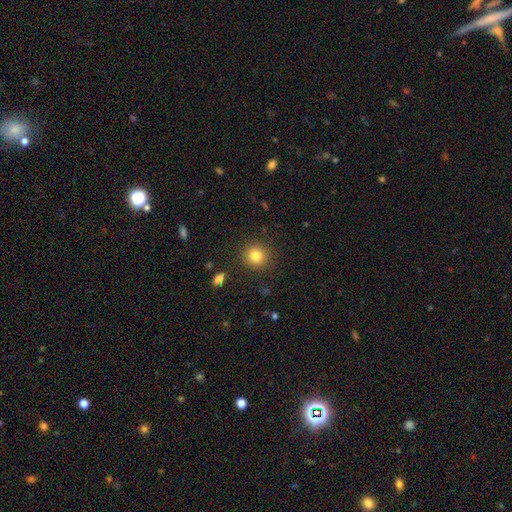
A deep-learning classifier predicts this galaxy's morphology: Smooth or featured: smooth — 81% (star or artifact — 11%)
How rounded: round — 91% (in between — 8%)
Merging: none — 90% (minor disturbance — 6%)